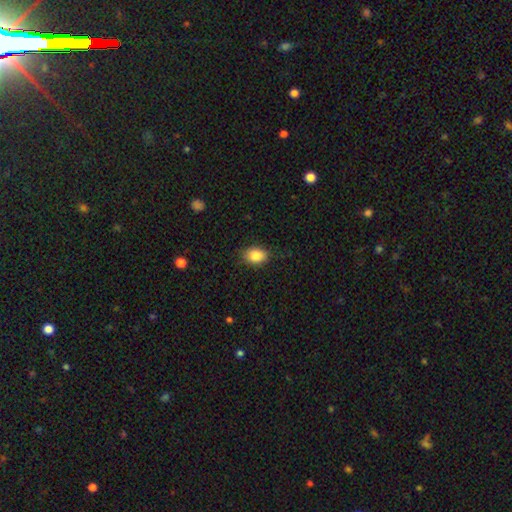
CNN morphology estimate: A smooth galaxy with no disk features (86%) that is in between round and cigar-shaped (74%). Merging: none (82%).